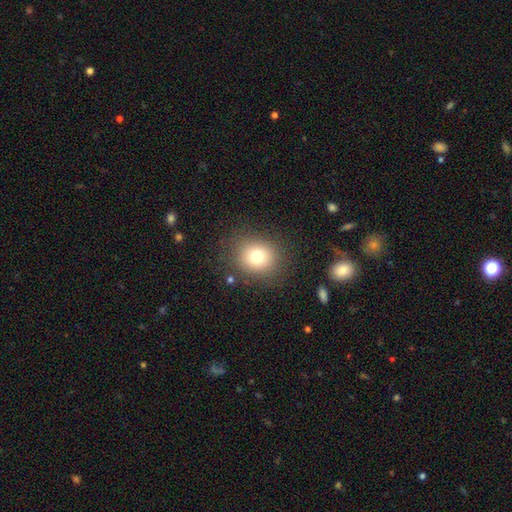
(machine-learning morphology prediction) A smooth galaxy with no disk features (70%) that is round (75%). Merging: none (89%).